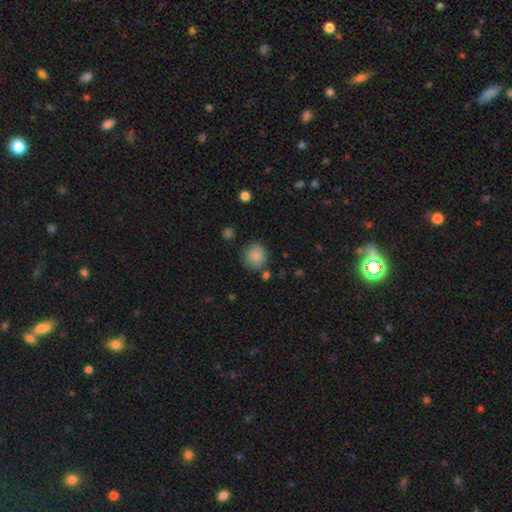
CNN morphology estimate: smooth 85%, star or artifact 8%, featured or disk 7%. Down the decision tree: how rounded — round (88%); merging — none (76%).